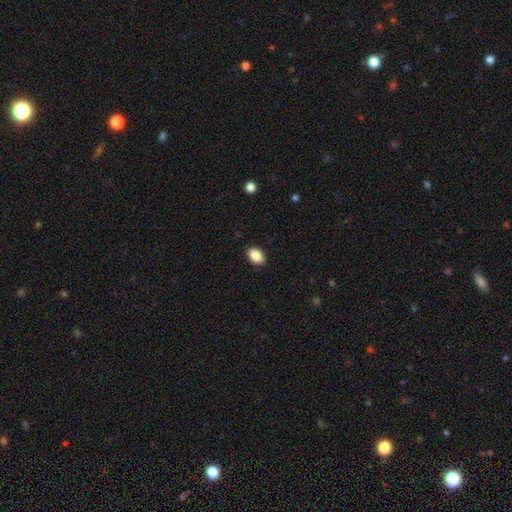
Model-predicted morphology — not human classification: Smooth or featured? smooth (88%)
How rounded? in between (88%)
Merging? none (89%)